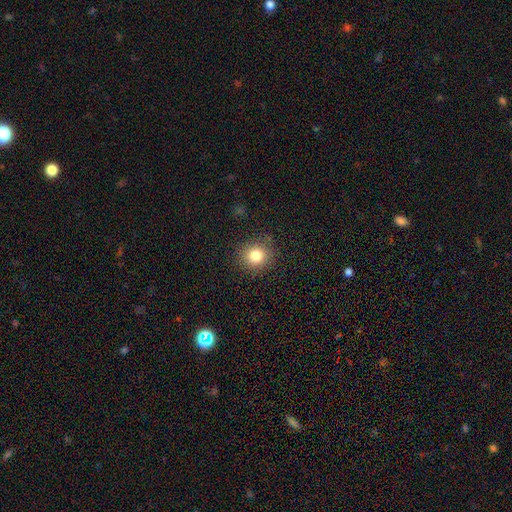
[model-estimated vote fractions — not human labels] Morphology: type=smooth (81%); roundness=round (81%); merging=none (86%).